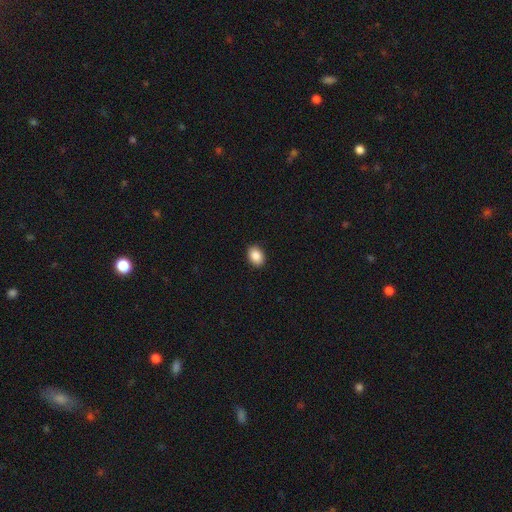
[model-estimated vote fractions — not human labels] smooth-or-featured: smooth: 88% | star or artifact: 8% | featured or disk: 4%
  how-rounded: in between: 70% | round: 29% | cigar-shaped: 1%
  merging: none: 91% | minor disturbance: 7% | major disturbance: 2% | merger: 1%